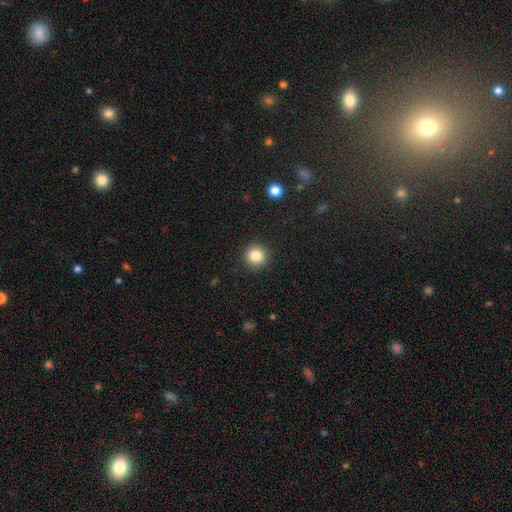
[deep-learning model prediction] smooth 84%, star or artifact 10%, featured or disk 6%. Down the decision tree: how rounded — round (94%); merging — none (92%).